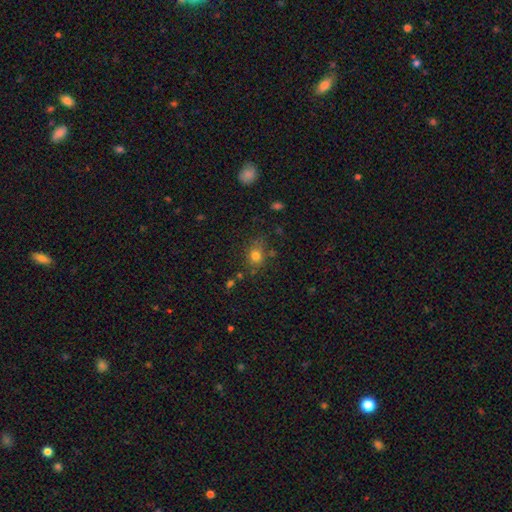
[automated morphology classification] Smooth or featured? Predicted: smooth (p=0.76). How rounded? Predicted: round (p=0.65). Merging? Predicted: none (p=0.69).